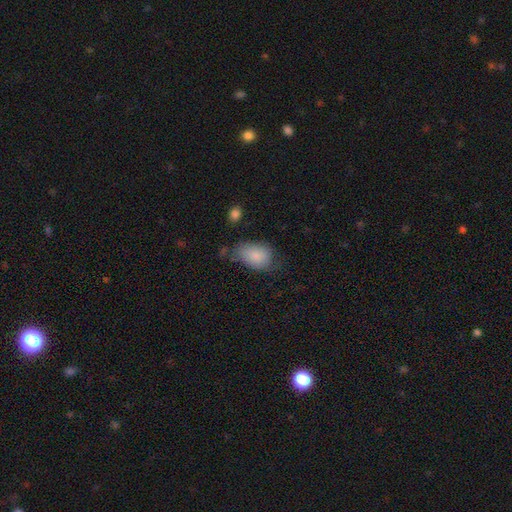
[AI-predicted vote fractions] A smooth galaxy with no disk features (83%) that is in between round and cigar-shaped (89%).

Vote fractions:
- Smooth or featured? smooth: 83% / featured or disk: 10% / star or artifact: 7%
- How rounded? in between: 89% / round: 10% / cigar-shaped: 1%
- Merging? none: 47% / minor disturbance: 36% / major disturbance: 13% / merger: 4%